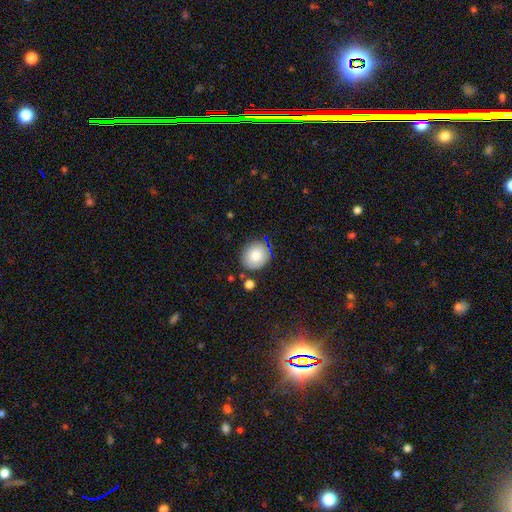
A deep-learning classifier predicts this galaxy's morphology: This appears to be a smooth galaxy with no disk features (82%) that is round (72%). Merging: none (81%).